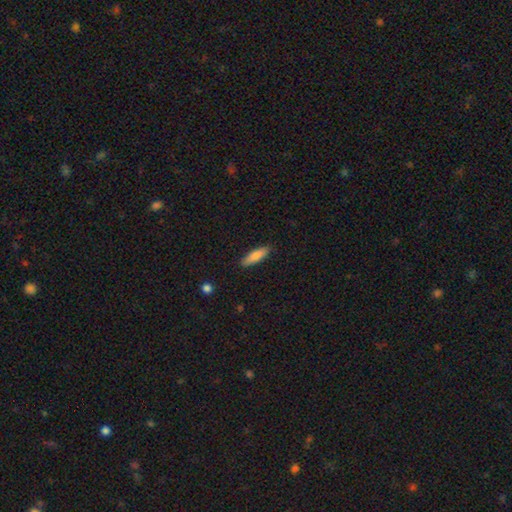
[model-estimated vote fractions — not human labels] Overall: smooth (80%). How rounded: cigar-shaped (55%; in between 43%). Merging: none (88%).